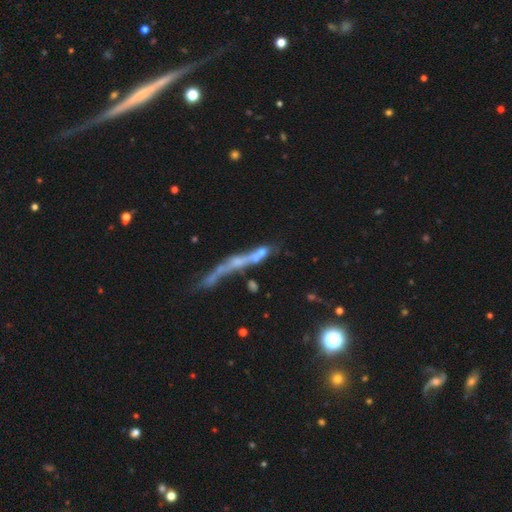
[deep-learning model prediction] Smooth or featured? featured or disk (56%)
Edge-on disk? yes (61%)
Merging? none (38%)